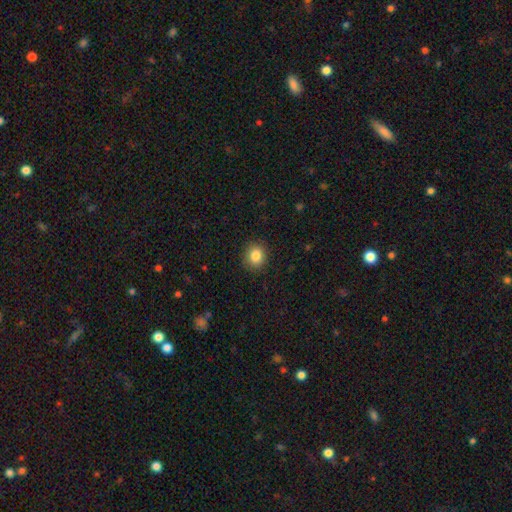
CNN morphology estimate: This appears to be a smooth galaxy with no disk features (85%) that is round (77%). Merging: none (89%).